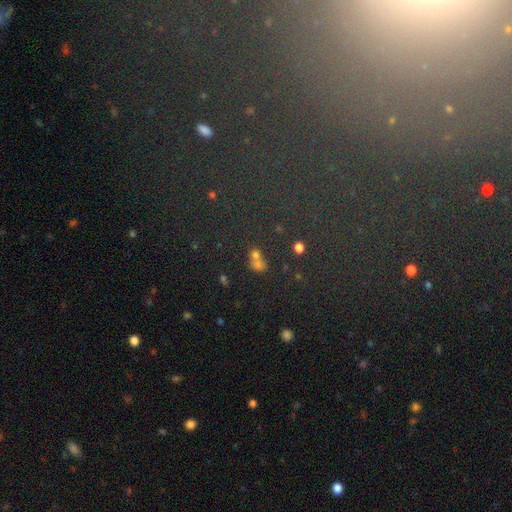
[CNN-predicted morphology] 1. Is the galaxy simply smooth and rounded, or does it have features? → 56% smooth, 27% star or artifact, 16% featured or disk.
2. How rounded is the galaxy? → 53% round, 44% in between, 3% cigar-shaped.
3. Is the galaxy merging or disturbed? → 53% merger, 33% none, 9% minor disturbance, 6% major disturbance.